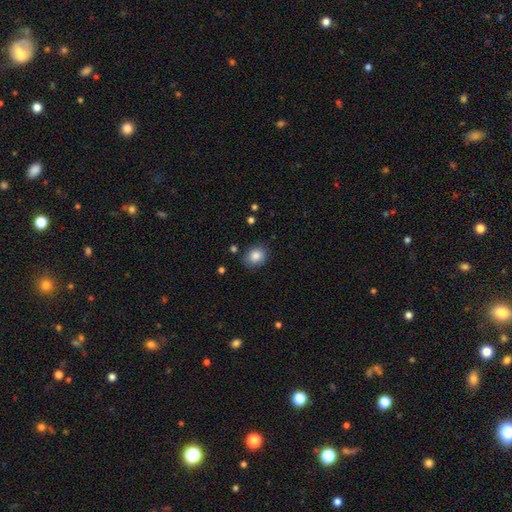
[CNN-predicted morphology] smooth-or-featured: smooth: 85% | star or artifact: 9% | featured or disk: 6%
  how-rounded: round: 58% | in between: 41% | cigar-shaped: 1%
  merging: none: 82% | minor disturbance: 13% | major disturbance: 3% | merger: 2%